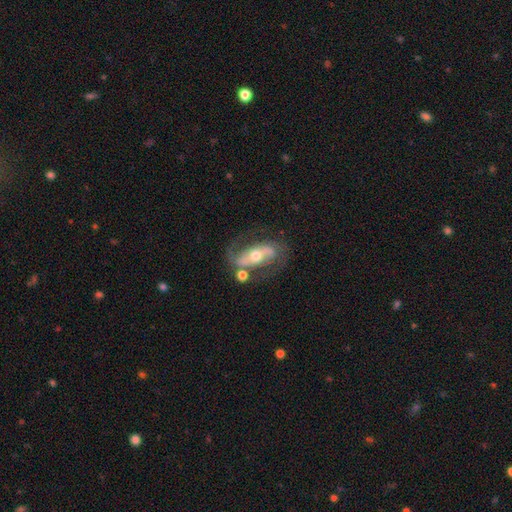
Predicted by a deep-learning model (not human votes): A featured or disk galaxy (80%) with a strong bar (42%), 2 (86%) medium (45%) spiral arms (86%) and a moderate central bulge (64%).

Vote fractions:
- Smooth or featured? featured or disk: 80% / smooth: 14% / star or artifact: 6%
- Edge-on disk? no: 92% / yes: 8%
- Bar? strong: 42% / no: 32% / weak: 26%
- Spiral arms? yes: 86% / no: 14%
- Spiral winding? medium: 45% / loose: 35% / tight: 20%
- Spiral arm count? 2: 86% / can't tell: 6% / 1: 4% / 3: 1% / 4: 1% / more than 4: 1%
- Bulge size? moderate: 64% / small: 29% / large: 4% / dominant: 1% / none: 1%
- Merging? none: 62% / minor disturbance: 16% / major disturbance: 11% / merger: 10%